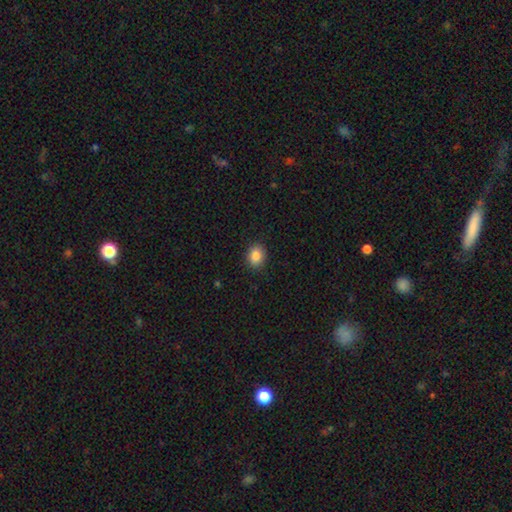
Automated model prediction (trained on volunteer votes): This appears to be a smooth galaxy with no disk features (86%) that is in between round and cigar-shaped (50%). Merging: none (90%).